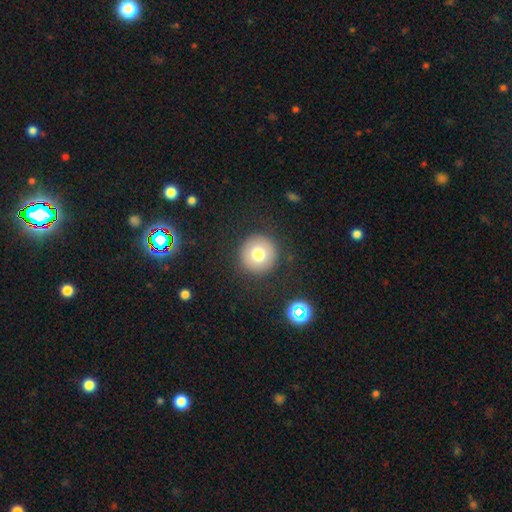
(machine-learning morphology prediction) A smooth galaxy with no disk features (61%) that is round (95%). Merging: none (87%).